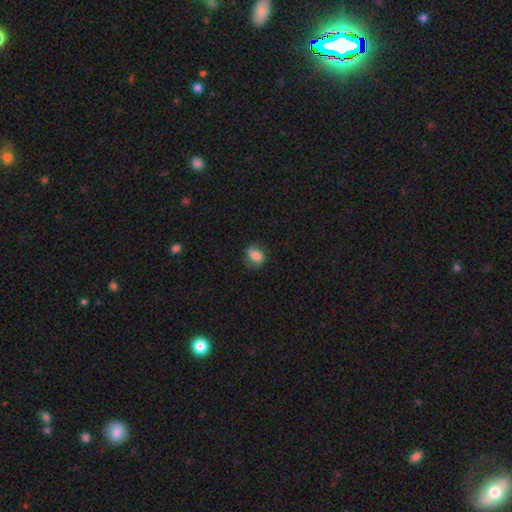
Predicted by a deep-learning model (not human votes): This appears to be a smooth galaxy with no disk features (64%) that is in between round and cigar-shaped (55%). Merging: none (69%).